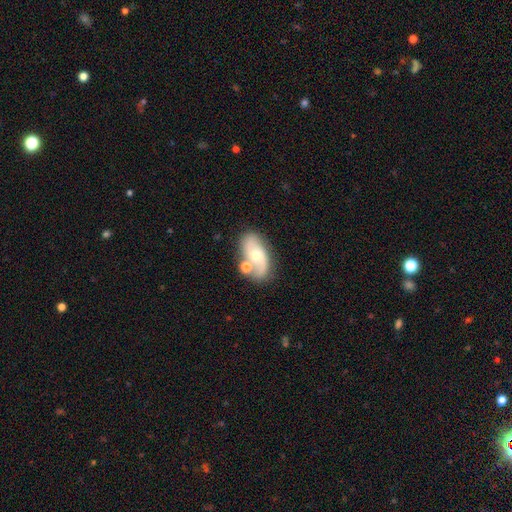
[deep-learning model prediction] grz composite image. It shows a featured or disk galaxy (65%) with no bar (71%), spiral arms (79%) and a moderate central bulge (58%). Merging: none (59%).